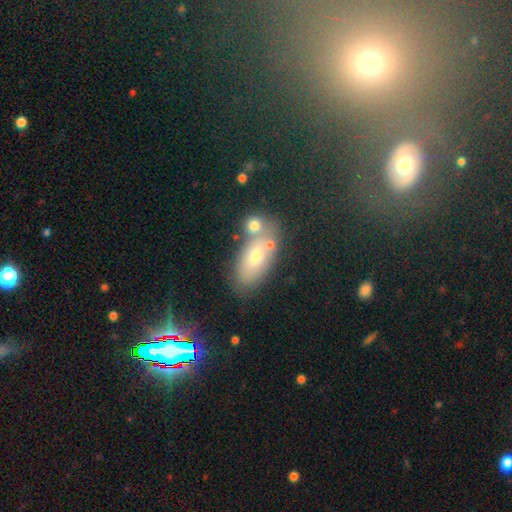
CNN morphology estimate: Smooth or featured: smooth — 50% (featured or disk — 27%)
How rounded: in between — 85% (round — 8%)
Merging: none — 56% (merger — 25%)